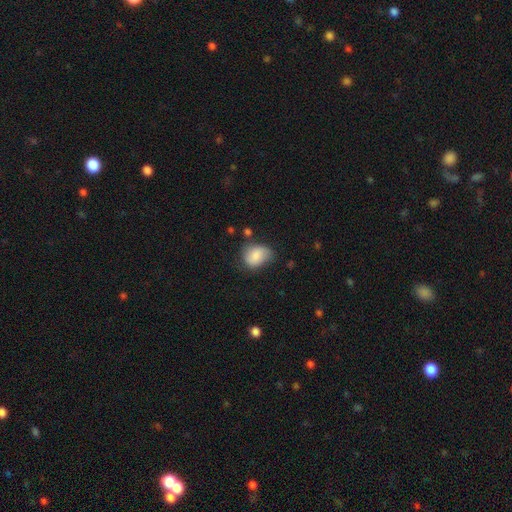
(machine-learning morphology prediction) smooth-or-featured: smooth: 79% | featured or disk: 13% | star or artifact: 8%
  how-rounded: in between: 61% | round: 38% | cigar-shaped: 1%
  merging: none: 52% | minor disturbance: 34% | major disturbance: 11% | merger: 4%